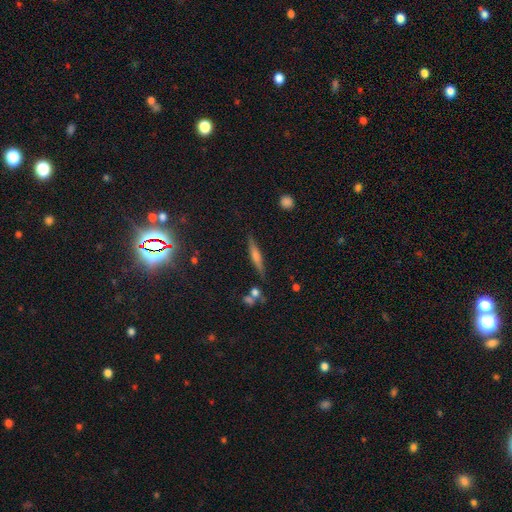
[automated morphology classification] This is possibly a featured or disk galaxy (55%). It is clearly viewed edge-on (95%). Edge-on bulge: likely rounded (70%). Merging: clearly none (83%).